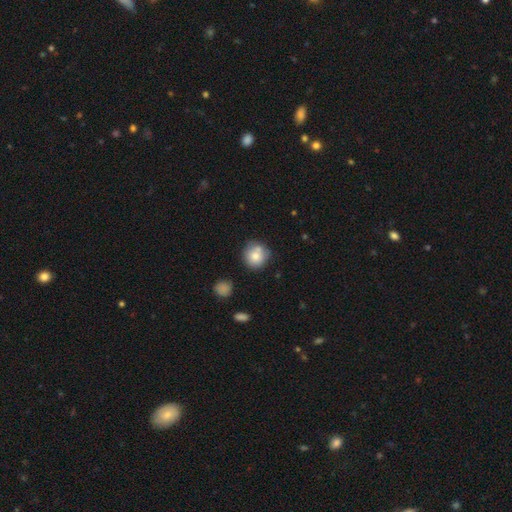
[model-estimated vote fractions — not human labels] The model was most divided on "merging": none: 67%, merger: 15%, minor disturbance: 14%, major disturbance: 4%. More confident: how rounded — round (91%); smooth or featured — smooth (77%).